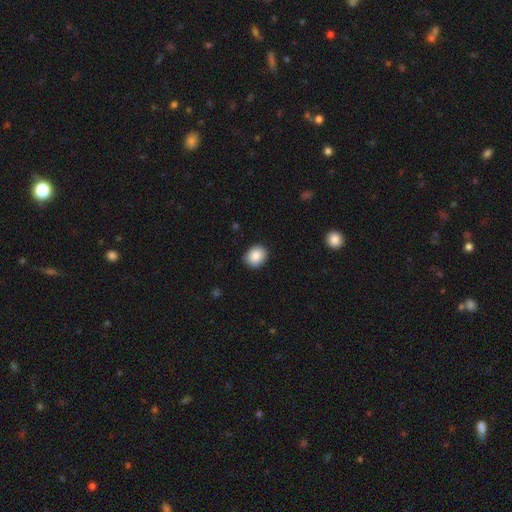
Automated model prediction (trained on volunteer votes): Morphology: type=smooth (86%); roundness=round (59%); merging=none (88%).